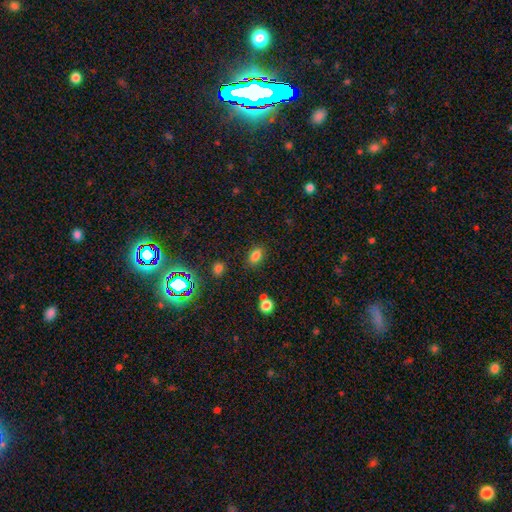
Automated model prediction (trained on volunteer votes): A smooth galaxy with no disk features (81%) that is in between round and cigar-shaped (82%).

Vote fractions:
- Smooth or featured? smooth: 81% / star or artifact: 13% / featured or disk: 6%
- How rounded? in between: 82% / round: 15% / cigar-shaped: 2%
- Merging? none: 83% / minor disturbance: 10% / merger: 3% / major disturbance: 3%